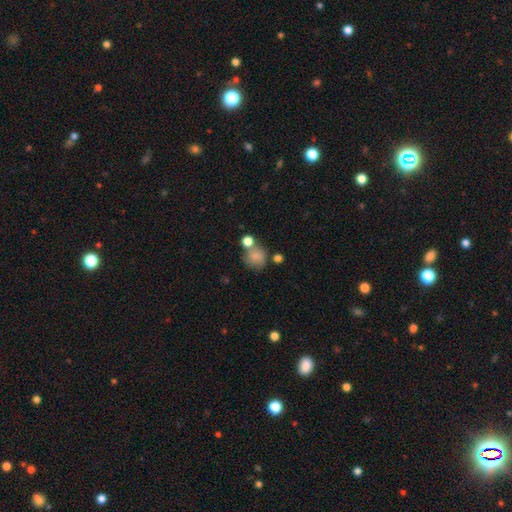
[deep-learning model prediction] Morphology: type=smooth (77%); roundness=round (77%); merging=none (50%).